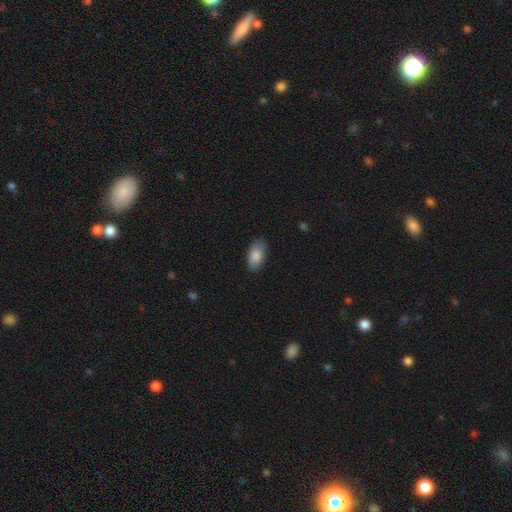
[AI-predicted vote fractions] smooth 87%, star or artifact 6%, featured or disk 6%. Down the decision tree: how rounded — in between (94%); merging — none (83%).